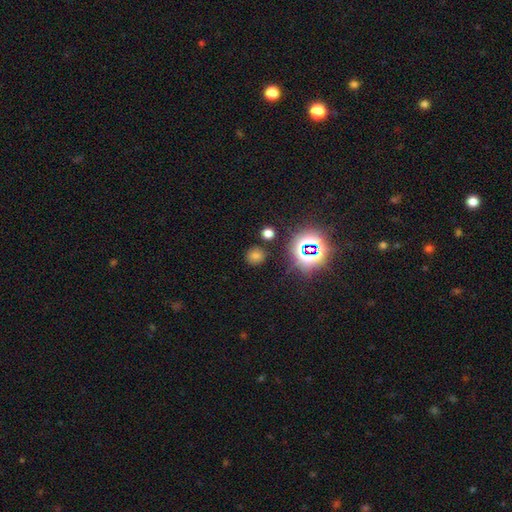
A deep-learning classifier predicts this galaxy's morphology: Smooth or featured? smooth (55%)
How rounded? round (84%)
Merging? none (84%)